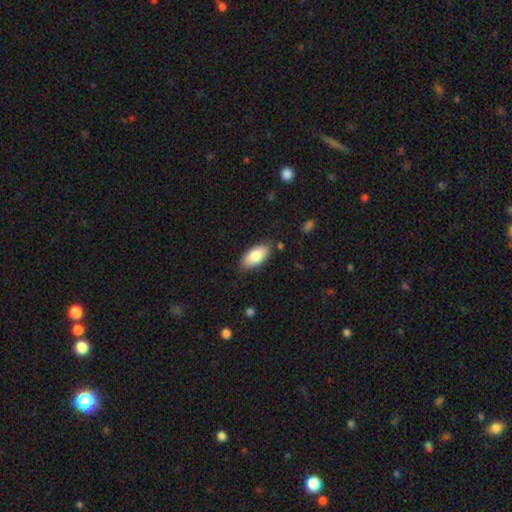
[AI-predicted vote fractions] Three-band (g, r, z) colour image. It shows a smooth galaxy with no disk features (83%) that is in between round and cigar-shaped (93%). Merging: none (84%).